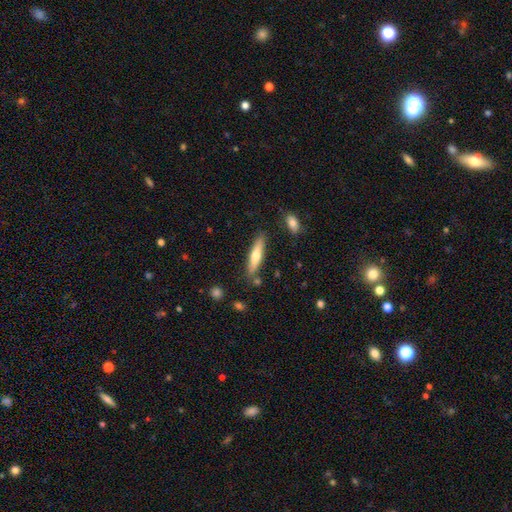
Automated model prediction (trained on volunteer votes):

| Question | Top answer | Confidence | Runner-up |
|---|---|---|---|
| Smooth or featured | smooth | 56% | featured or disk (38%) |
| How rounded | cigar-shaped | 81% | in between (18%) |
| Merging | none | 83% | minor disturbance (11%) |